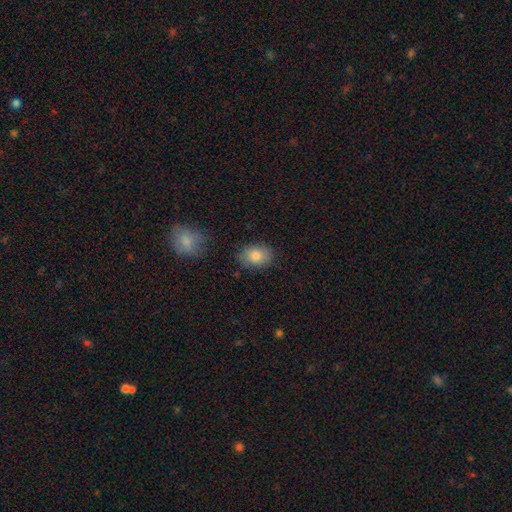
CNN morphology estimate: smooth_or_featured: smooth (p=0.83) [alt: featured or disk p=0.09]
how_rounded: in between (p=0.77) [alt: round p=0.22]
merging: none (p=0.81) [alt: minor disturbance p=0.14]